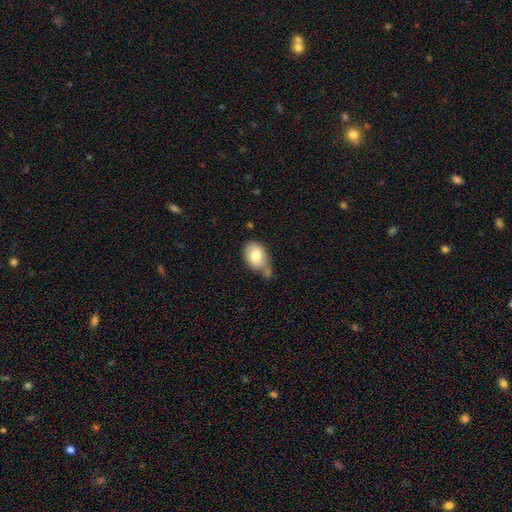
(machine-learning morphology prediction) type=smooth (78%); roundness=in between (80%); merging=none (45%).